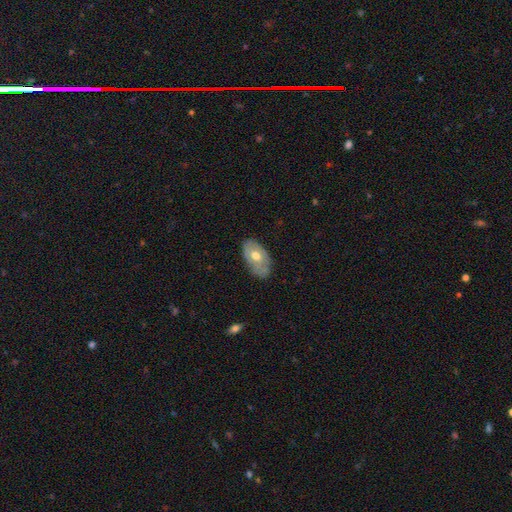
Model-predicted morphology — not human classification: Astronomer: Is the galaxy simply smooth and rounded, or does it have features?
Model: smooth — 49% (runner-up: featured or disk, 45%).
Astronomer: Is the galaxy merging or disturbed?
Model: none — 75%.